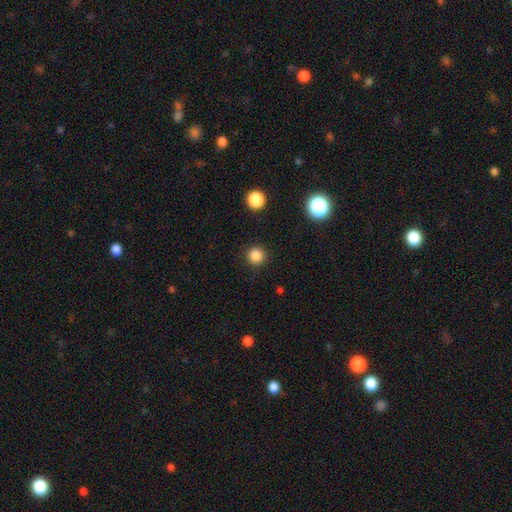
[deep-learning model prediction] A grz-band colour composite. It shows a smooth galaxy with no disk features (84%) that is round (95%). Merging: none (90%).